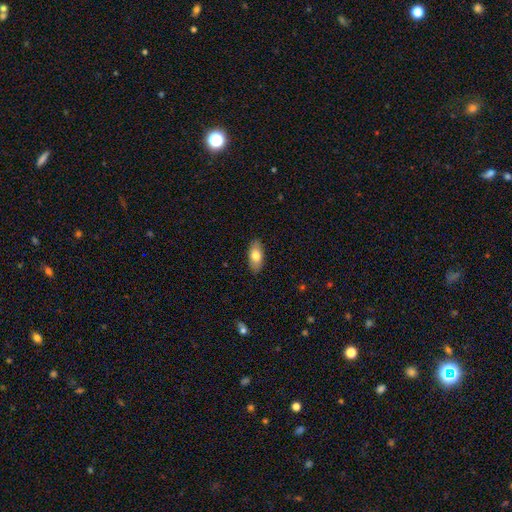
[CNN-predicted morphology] smooth_or_featured: smooth (p=0.75) [alt: featured or disk p=0.19]
how_rounded: in between (p=0.91) [alt: cigar-shaped p=0.06]
merging: none (p=0.88) [alt: minor disturbance p=0.10]